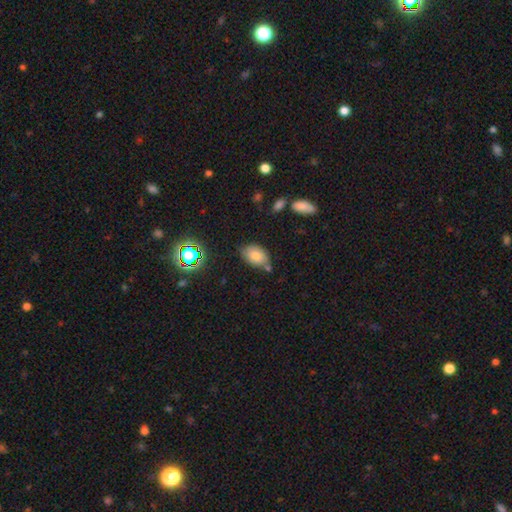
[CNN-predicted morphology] This is likely a smooth galaxy (79%). How rounded: clearly in between (88%). Merging: likely none (66%).